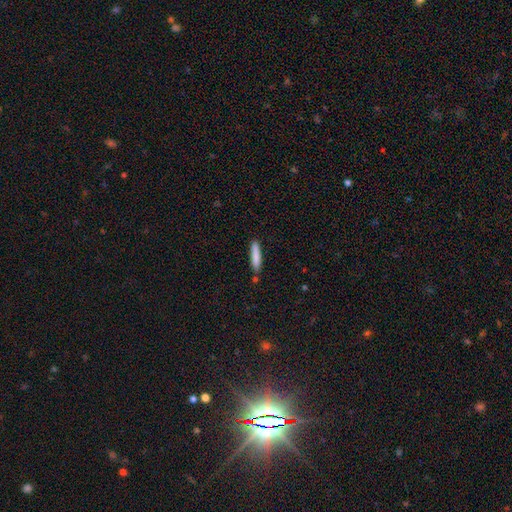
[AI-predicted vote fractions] Morphology: type=smooth (83%); roundness=cigar-shaped (88%); merging=none (81%).